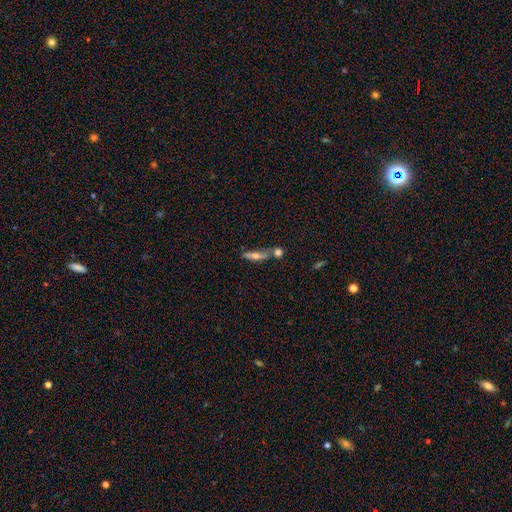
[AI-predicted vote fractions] The model was most divided on "smooth or featured": featured or disk: 47%, smooth: 43%, star or artifact: 11%. More confident: merging — none (53%).